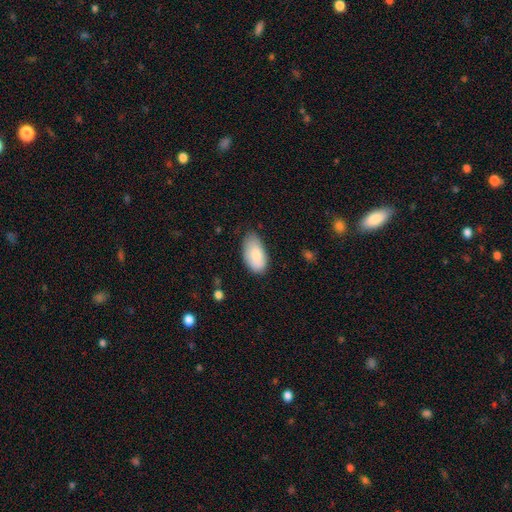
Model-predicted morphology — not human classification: Q: Smooth or featured?
A: smooth (82%); runner-up: featured or disk (12%)
Q: How rounded?
A: in between (95%); runner-up: round (3%)
Q: Merging?
A: none (68%); runner-up: minor disturbance (26%)